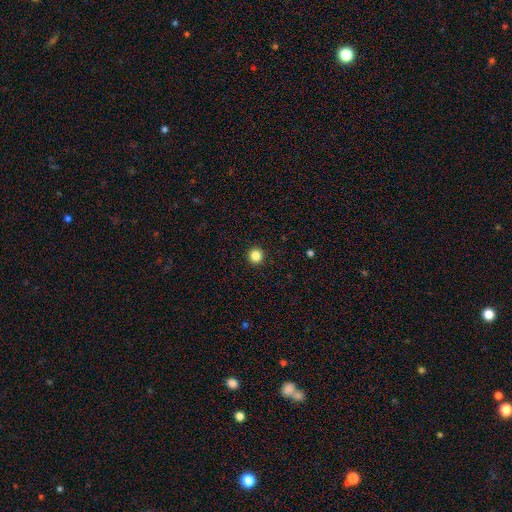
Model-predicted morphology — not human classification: Smooth or featured? smooth (85%)
How rounded? round (95%)
Merging? none (94%)